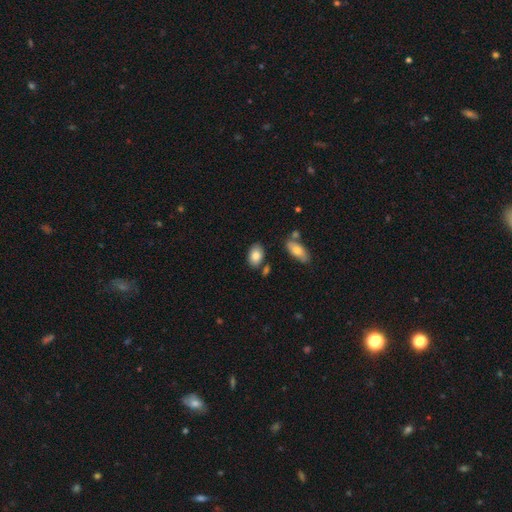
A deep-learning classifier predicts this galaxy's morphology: Overall: smooth (82%). How rounded: in between (88%). Merging: none (77%).